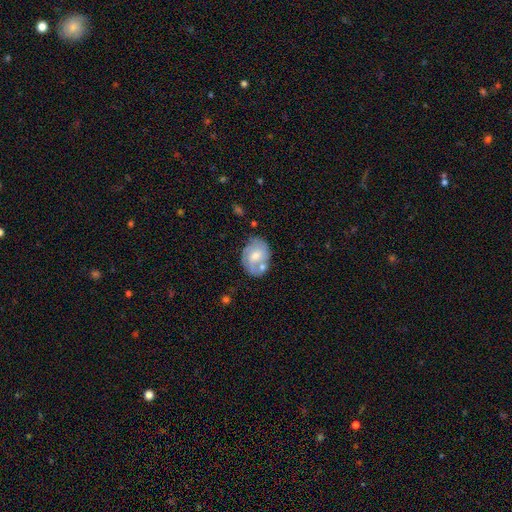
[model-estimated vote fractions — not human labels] Q: Smooth or featured?
A: featured or disk (58%); runner-up: smooth (36%)
Q: Edge-on disk?
A: no (96%); runner-up: yes (4%)
Q: Bar?
A: no (63%); runner-up: weak (32%)
Q: Spiral arms?
A: yes (75%); runner-up: no (25%)
Q: Bulge size?
A: moderate (61%); runner-up: small (31%)
Q: Merging?
A: none (52%); runner-up: minor disturbance (21%)